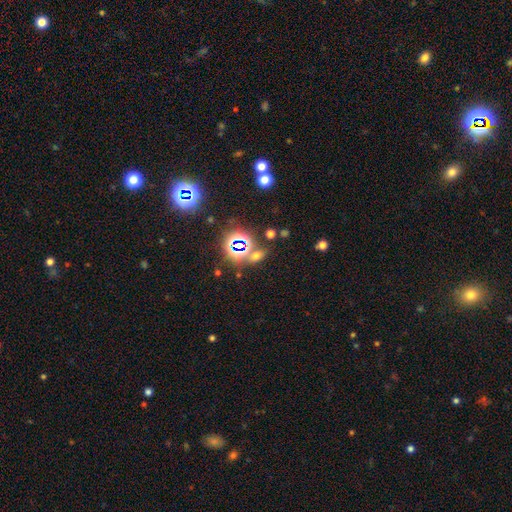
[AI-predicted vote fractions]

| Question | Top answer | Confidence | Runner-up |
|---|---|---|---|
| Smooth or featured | star or artifact | 49% | smooth (40%) |